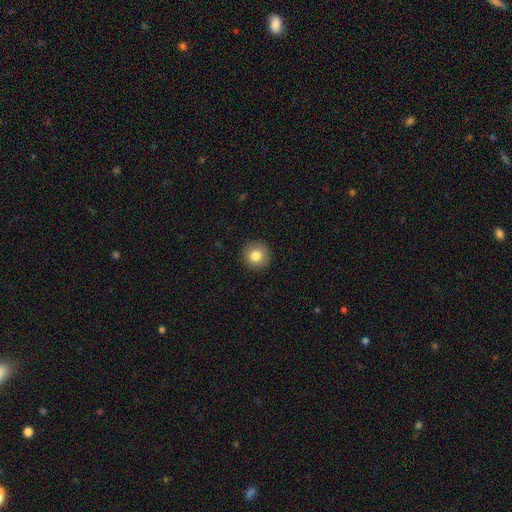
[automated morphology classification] Q: Smooth or featured?
A: smooth (81%); runner-up: featured or disk (9%)
Q: How rounded?
A: round (95%); runner-up: in between (4%)
Q: Merging?
A: none (92%); runner-up: minor disturbance (6%)